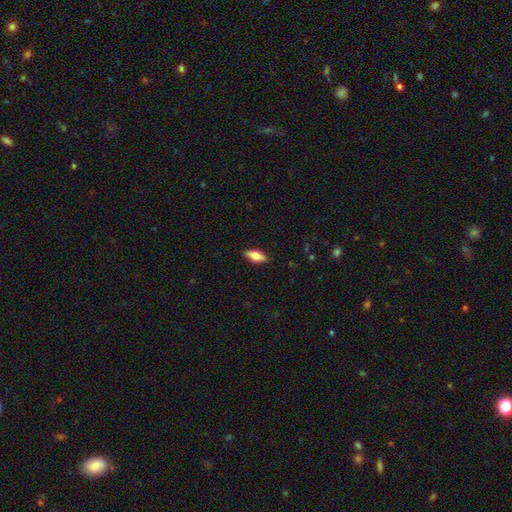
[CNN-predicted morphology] The model was most divided on "smooth or featured": smooth: 63%, featured or disk: 30%, star or artifact: 7%. More confident: merging — none (88%); how rounded — in between (71%).